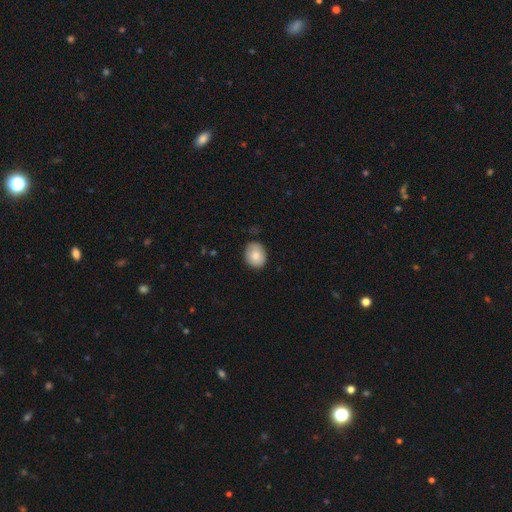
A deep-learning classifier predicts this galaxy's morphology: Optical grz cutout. It shows a smooth galaxy with no disk features (80%) that is round (57%). Merging: none (81%).